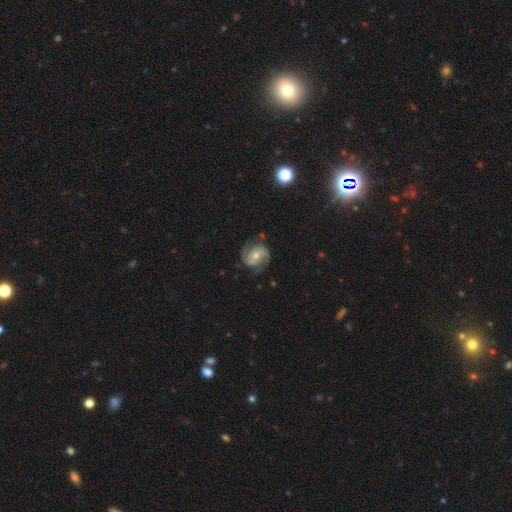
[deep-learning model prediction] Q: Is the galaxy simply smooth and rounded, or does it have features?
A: featured or disk — 78%.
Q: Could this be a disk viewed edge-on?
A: no — 98%.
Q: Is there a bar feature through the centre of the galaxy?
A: no — 60%.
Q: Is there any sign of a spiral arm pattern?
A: yes — 93%.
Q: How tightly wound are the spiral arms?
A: medium — 44%.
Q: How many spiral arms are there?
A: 2 — 85%.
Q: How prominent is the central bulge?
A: moderate — 56%.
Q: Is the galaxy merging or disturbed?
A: none — 75%.